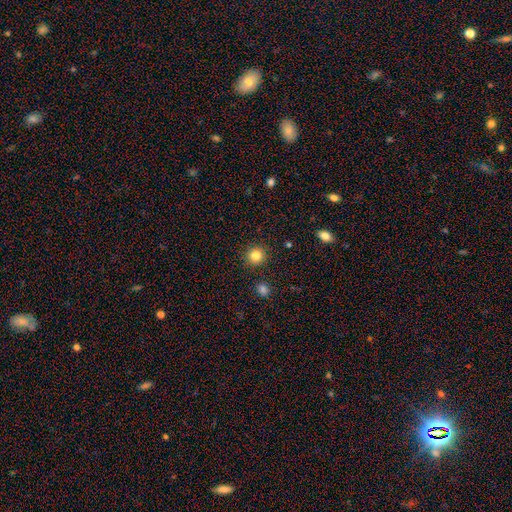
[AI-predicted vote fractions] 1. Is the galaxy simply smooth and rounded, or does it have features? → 83% smooth, 12% star or artifact, 5% featured or disk.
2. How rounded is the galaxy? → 93% round, 6% in between, 1% cigar-shaped.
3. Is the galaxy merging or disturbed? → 91% none, 5% minor disturbance, 2% merger, 2% major disturbance.